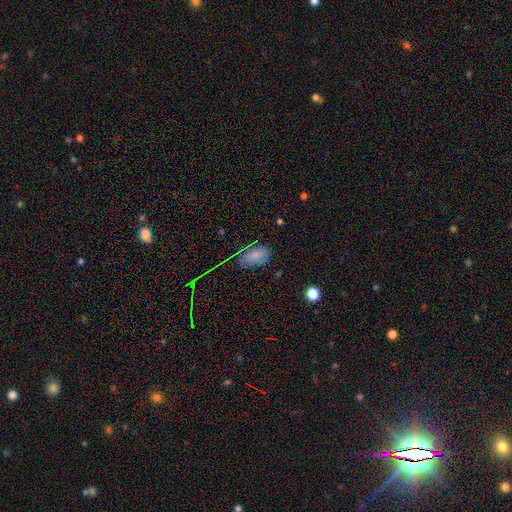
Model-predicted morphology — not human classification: Smooth or featured? smooth (68%)
How rounded? in between (90%)
Merging? none (71%)